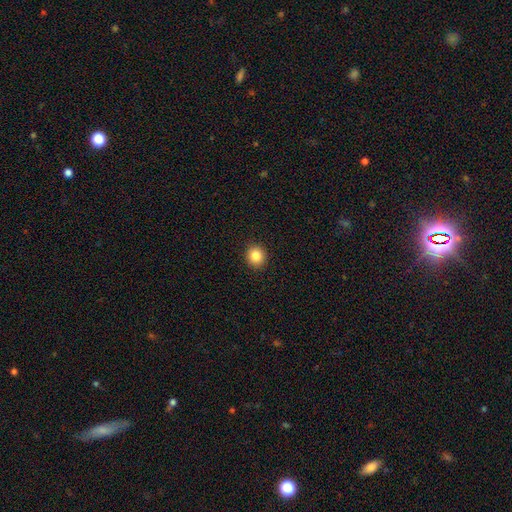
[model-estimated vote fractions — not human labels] Smooth or featured: smooth — 85% (star or artifact — 10%)
How rounded: round — 88% (in between — 11%)
Merging: none — 92% (minor disturbance — 5%)